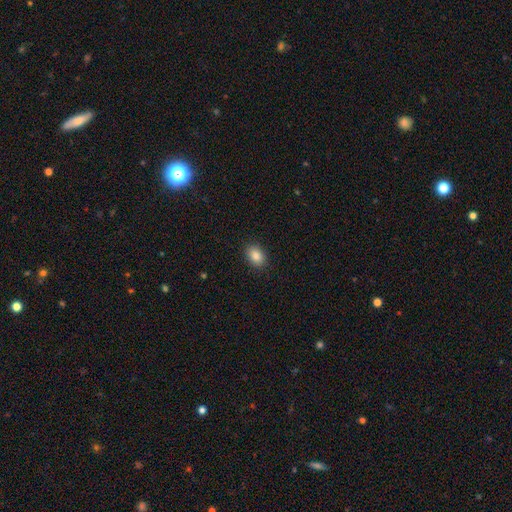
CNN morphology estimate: This appears to be a smooth galaxy with no disk features (86%) that is in between round and cigar-shaped (76%). Merging: none (89%).